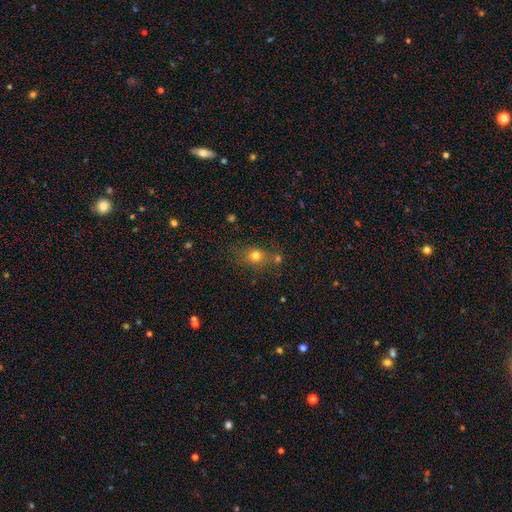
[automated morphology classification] A smooth galaxy with no disk features (75%) that is round (58%). Merging: none (64%).